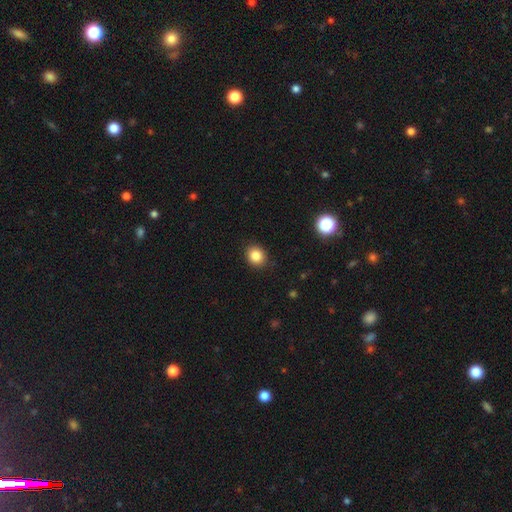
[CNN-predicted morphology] Smooth or featured? Predicted: smooth (p=0.85). How rounded? Predicted: round (p=0.71). Merging? Predicted: none (p=0.90).